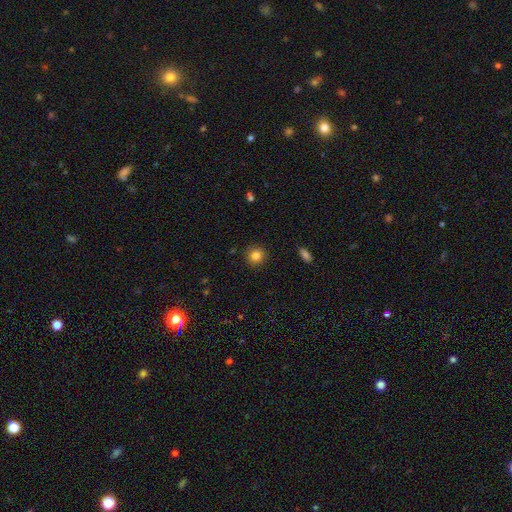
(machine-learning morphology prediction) smooth 83%, star or artifact 11%, featured or disk 6%. Down the decision tree: how rounded — round (91%); merging — none (90%).